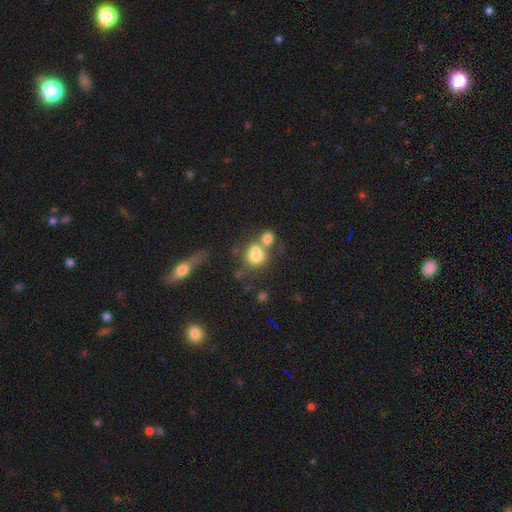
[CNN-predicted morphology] smooth-or-featured: smooth: 76% | featured or disk: 13% | star or artifact: 10%
  how-rounded: round: 63% | in between: 35% | cigar-shaped: 2%
  merging: merger: 53% | none: 29% | minor disturbance: 10% | major disturbance: 8%